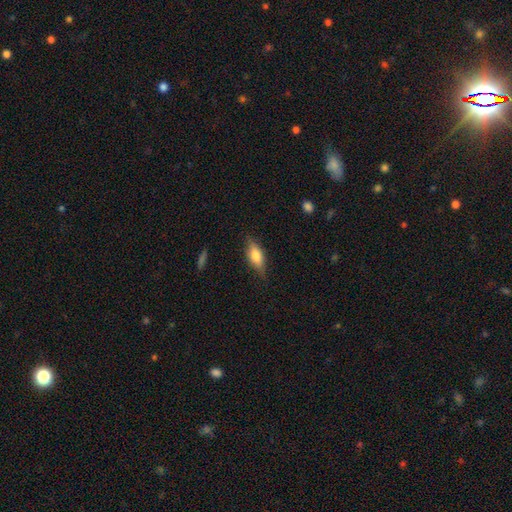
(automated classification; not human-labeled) Smooth or featured?
  - smooth: 60% *
  - featured or disk: 33%
  - star or artifact: 7%
How rounded?
  - in between: 66% *
  - cigar-shaped: 30%
  - round: 4%
Merging?
  - none: 79% *
  - minor disturbance: 16%
  - major disturbance: 3%
  - merger: 1%